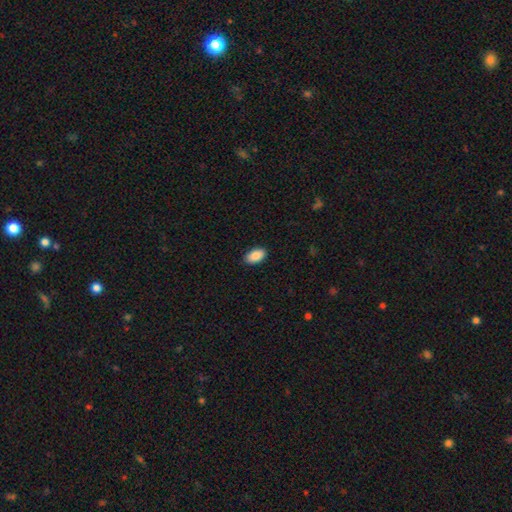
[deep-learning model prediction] This appears to be a smooth galaxy with no disk features (89%) that is in between round and cigar-shaped (94%). Merging: none (89%).